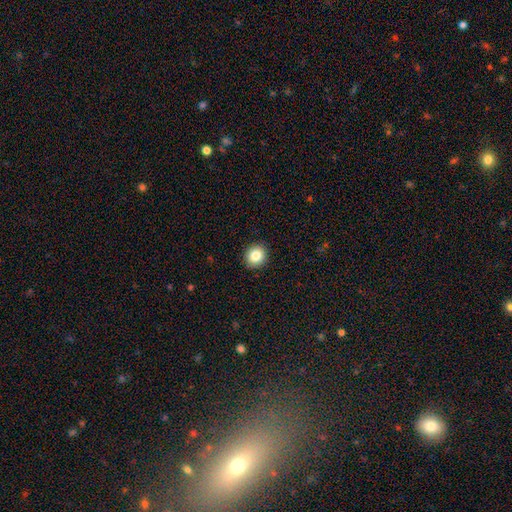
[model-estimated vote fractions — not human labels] Q: Smooth or featured?
A: smooth (84%); runner-up: star or artifact (10%)
Q: How rounded?
A: round (80%); runner-up: in between (19%)
Q: Merging?
A: none (91%); runner-up: minor disturbance (6%)